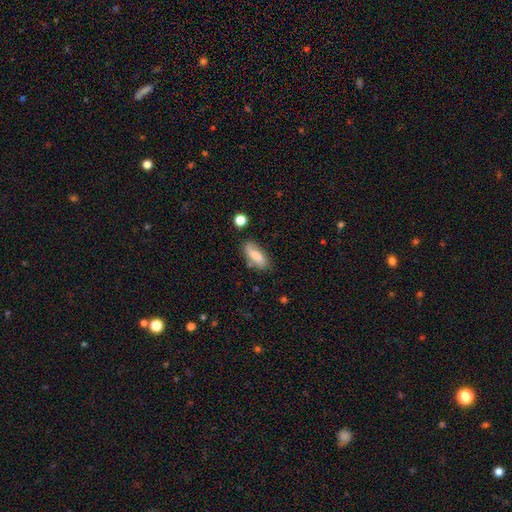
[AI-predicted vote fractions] Q: Smooth or featured?
A: smooth (70%); runner-up: featured or disk (23%)
Q: How rounded?
A: in between (81%); runner-up: cigar-shaped (16%)
Q: Merging?
A: none (72%); runner-up: minor disturbance (19%)